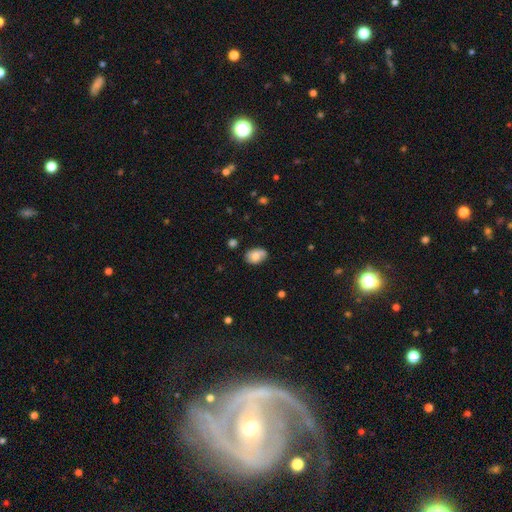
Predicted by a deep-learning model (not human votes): Smooth or featured?
  - smooth: 70% *
  - featured or disk: 21%
  - star or artifact: 9%
How rounded?
  - in between: 79% *
  - round: 20%
  - cigar-shaped: 1%
Merging?
  - none: 60% *
  - minor disturbance: 29%
  - major disturbance: 7%
  - merger: 4%